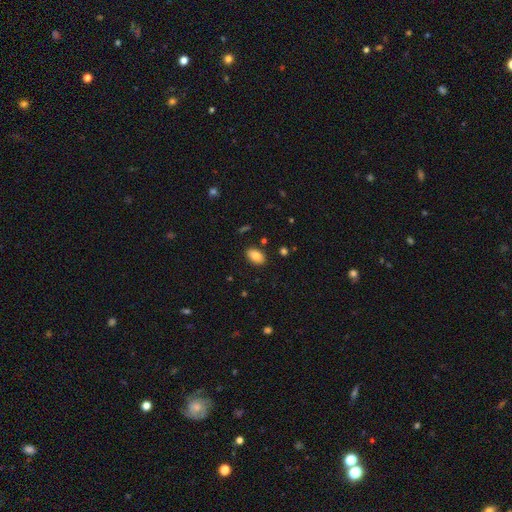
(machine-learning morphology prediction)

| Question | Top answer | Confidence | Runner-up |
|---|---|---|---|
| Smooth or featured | smooth | 83% | featured or disk (9%) |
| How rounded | in between | 90% | round (9%) |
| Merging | none | 87% | minor disturbance (9%) |